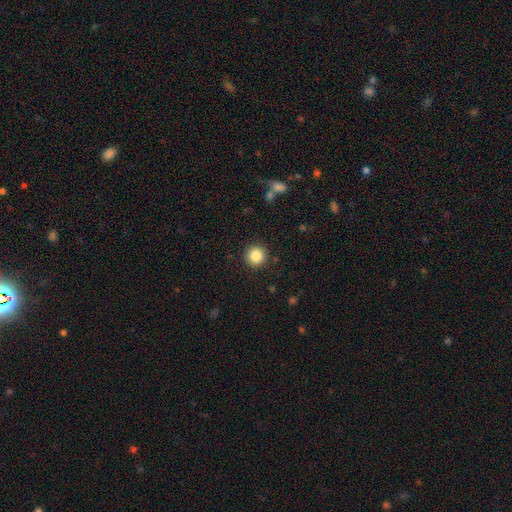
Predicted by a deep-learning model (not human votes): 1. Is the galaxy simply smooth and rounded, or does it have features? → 85% smooth, 10% star or artifact, 5% featured or disk.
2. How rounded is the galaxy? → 95% round, 4% in between, 1% cigar-shaped.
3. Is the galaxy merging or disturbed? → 92% none, 5% minor disturbance, 2% major disturbance, 1% merger.